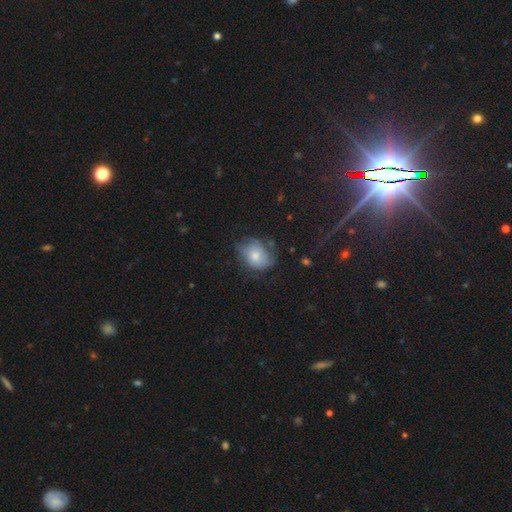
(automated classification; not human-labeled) Smooth or featured?
  - smooth: 65% *
  - featured or disk: 26%
  - star or artifact: 9%
How rounded?
  - in between: 58% *
  - round: 41%
  - cigar-shaped: 1%
Merging?
  - none: 56% *
  - minor disturbance: 30%
  - major disturbance: 12%
  - merger: 2%